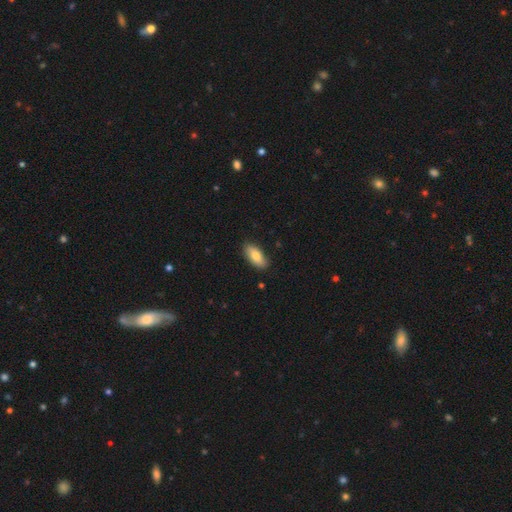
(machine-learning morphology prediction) smooth_or_featured: smooth (p=0.81) [alt: featured or disk p=0.13]
how_rounded: in between (p=0.85) [alt: cigar-shaped p=0.12]
merging: none (p=0.86) [alt: minor disturbance p=0.11]